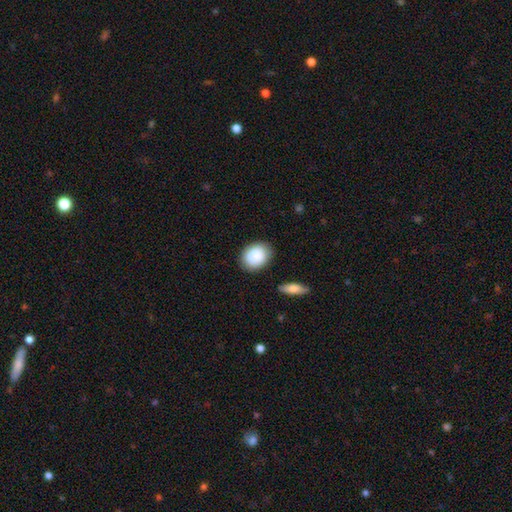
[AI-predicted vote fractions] Overall: smooth (88%). How rounded: in between (53%; round 46%). Merging: none (81%).